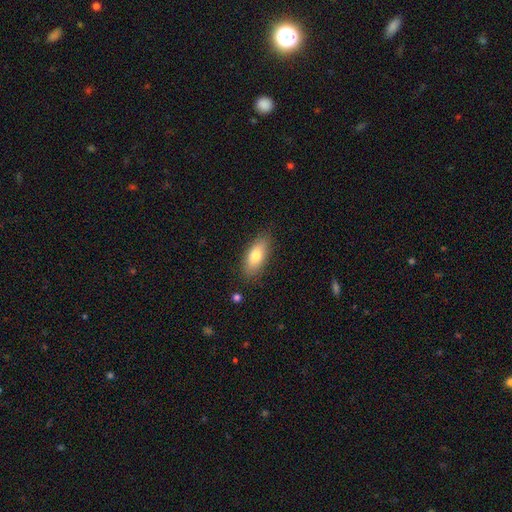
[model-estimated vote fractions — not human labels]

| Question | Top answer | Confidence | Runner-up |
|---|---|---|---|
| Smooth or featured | smooth | 75% | featured or disk (18%) |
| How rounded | in between | 81% | cigar-shaped (15%) |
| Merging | none | 84% | minor disturbance (12%) |